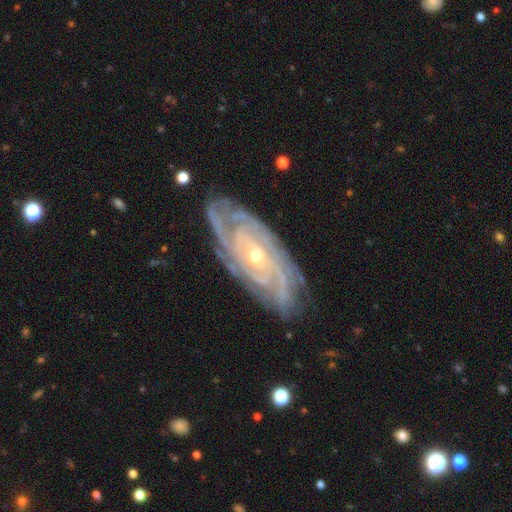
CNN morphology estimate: smooth_or_featured: featured or disk (p=0.90) [alt: smooth p=0.05]
disk_edge_on: no (p=0.93) [alt: yes p=0.07]
bar: no (p=0.68) [alt: weak p=0.23]
has_spiral_arms: yes (p=0.97) [alt: no p=0.03]
spiral_winding: tight (p=0.77) [alt: medium p=0.19]
spiral_arm_count: can't tell (p=0.25) [alt: 3 p=0.23]
bulge_size: small (p=0.59) [alt: moderate p=0.39]
merging: none (p=0.77) [alt: minor disturbance p=0.17]